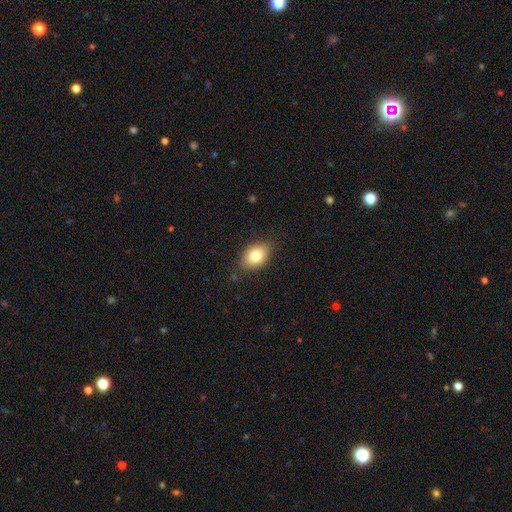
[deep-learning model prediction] This appears to be a smooth galaxy with no disk features (80%) that is in between round and cigar-shaped (81%). Merging: none (83%).